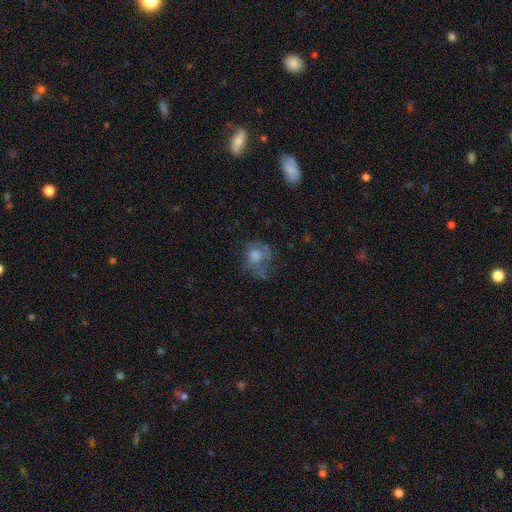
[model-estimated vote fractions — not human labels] Morphology: type=smooth (45%); merging=none (49%).